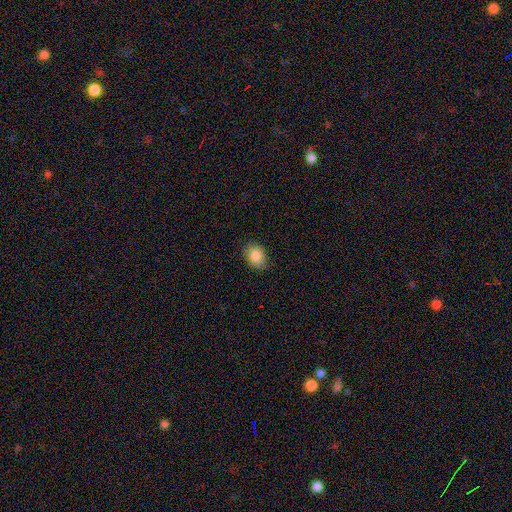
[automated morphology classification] type=smooth (86%); roundness=in between (69%); merging=none (83%).